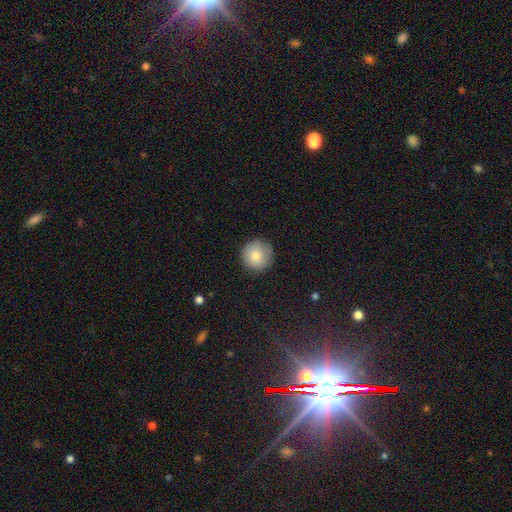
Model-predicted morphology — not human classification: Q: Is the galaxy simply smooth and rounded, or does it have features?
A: smooth — 81%.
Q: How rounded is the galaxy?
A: round — 95%.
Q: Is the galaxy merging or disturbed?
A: none — 86%.